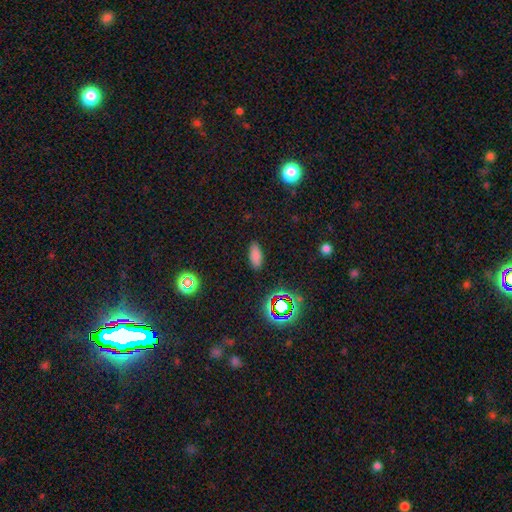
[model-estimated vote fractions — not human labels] Smooth or featured? smooth (78%)
How rounded? in between (84%)
Merging? none (88%)